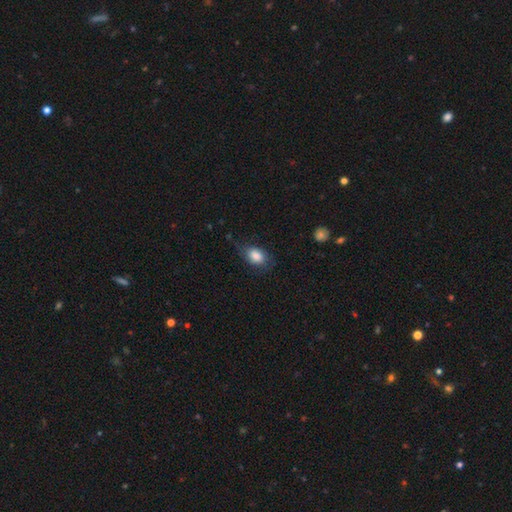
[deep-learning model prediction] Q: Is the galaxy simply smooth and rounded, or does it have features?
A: smooth — 80%.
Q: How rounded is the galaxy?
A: in between — 79%.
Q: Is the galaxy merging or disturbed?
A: none — 60%.